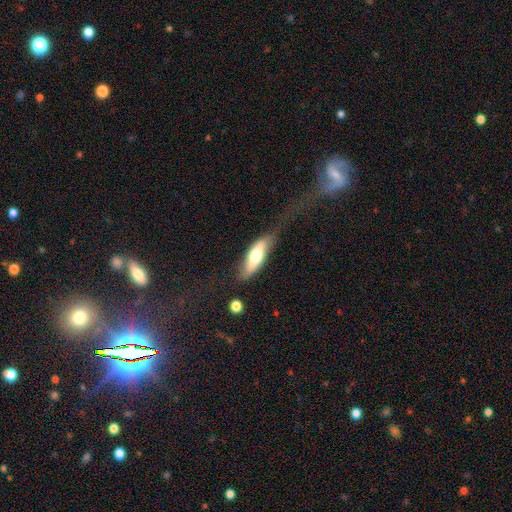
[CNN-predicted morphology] smooth-or-featured: smooth: 58% | featured or disk: 36% | star or artifact: 6%
  how-rounded: in between: 54% | cigar-shaped: 44% | round: 2%
  merging: none: 41% | minor disturbance: 28% | major disturbance: 27% | merger: 4%